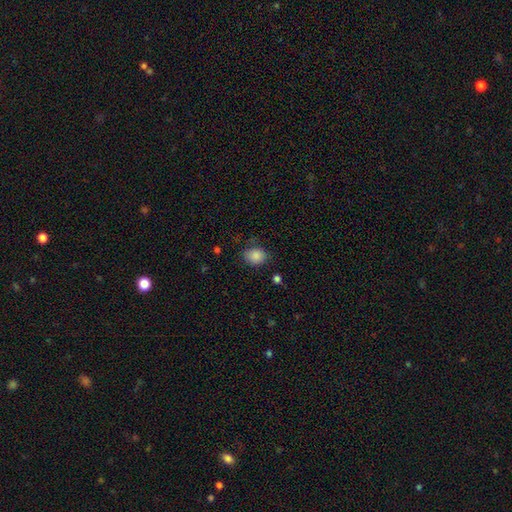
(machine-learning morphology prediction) A smooth galaxy with no disk features (87%) that is in between round and cigar-shaped (50%).

Vote fractions:
- Smooth or featured? smooth: 87% / star or artifact: 9% / featured or disk: 5%
- How rounded? in between: 50% / round: 49% / cigar-shaped: 1%
- Merging? none: 73% / minor disturbance: 20% / major disturbance: 5% / merger: 2%